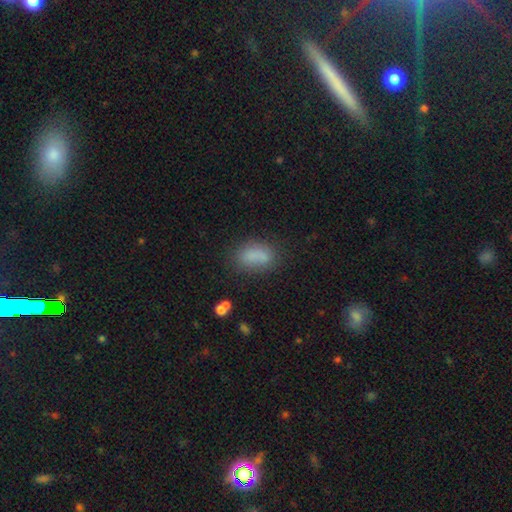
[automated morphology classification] type=smooth (81%); roundness=in between (84%); merging=none (66%).